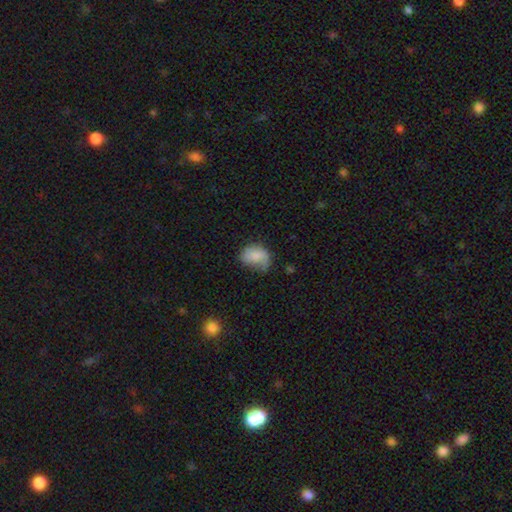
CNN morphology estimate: A smooth galaxy with no disk features (70%) that is in between round and cigar-shaped (63%). Merging: none (40%).